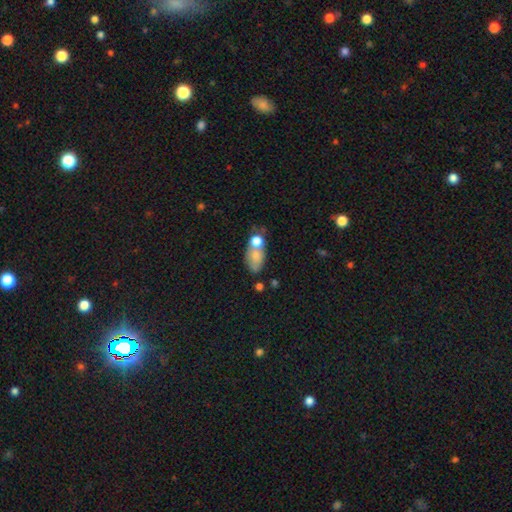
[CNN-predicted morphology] Overall: smooth (70%). How rounded: in between (82%). Merging: merger (41%; none 33%).